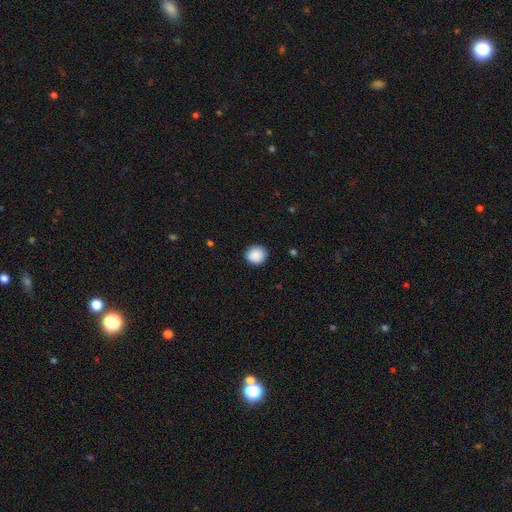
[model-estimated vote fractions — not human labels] smooth_or_featured: smooth (p=0.89) [alt: star or artifact p=0.08]
how_rounded: round (p=0.85) [alt: in between p=0.14]
merging: none (p=0.88) [alt: minor disturbance p=0.09]